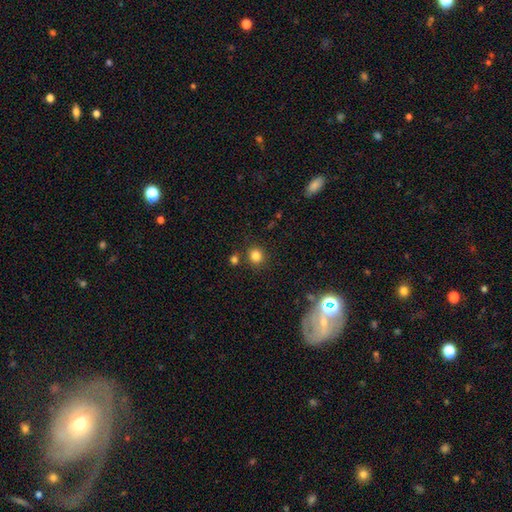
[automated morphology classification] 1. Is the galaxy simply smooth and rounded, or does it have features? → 81% smooth, 13% star or artifact, 5% featured or disk.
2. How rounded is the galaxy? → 86% round, 13% in between, 1% cigar-shaped.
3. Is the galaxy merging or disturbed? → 81% none, 8% minor disturbance, 8% merger, 3% major disturbance.